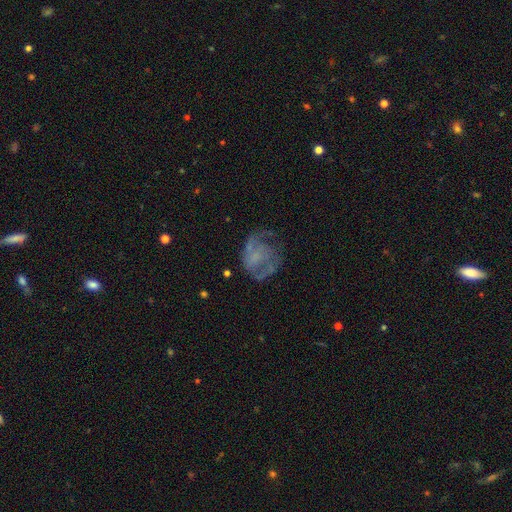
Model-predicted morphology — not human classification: Smooth or featured?
  - featured or disk: 65% *
  - smooth: 24%
  - star or artifact: 11%
Edge-on disk?
  - no: 98% *
  - yes: 2%
Bar?
  - no: 73% *
  - weak: 22%
  - strong: 5%
Spiral arms?
  - yes: 65% *
  - no: 35%
Bulge size?
  - none: 63% *
  - small: 18%
  - moderate: 12%
  - large: 5%
  - dominant: 1%
Merging?
  - none: 46% *
  - major disturbance: 30%
  - minor disturbance: 22%
  - merger: 2%